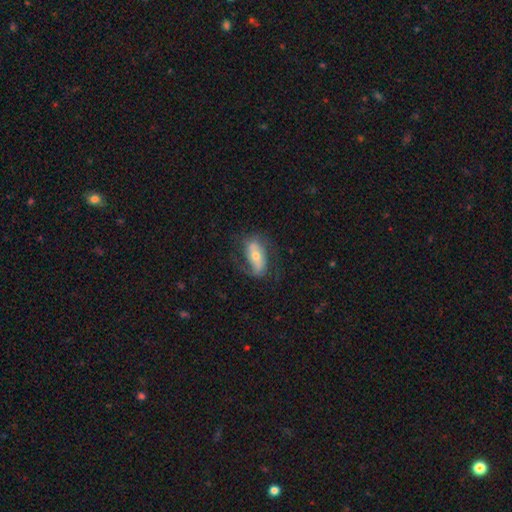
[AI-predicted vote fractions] Overall: featured or disk (55%; smooth 37%). Edge-on disk: no (85%). Merging: none (62%).